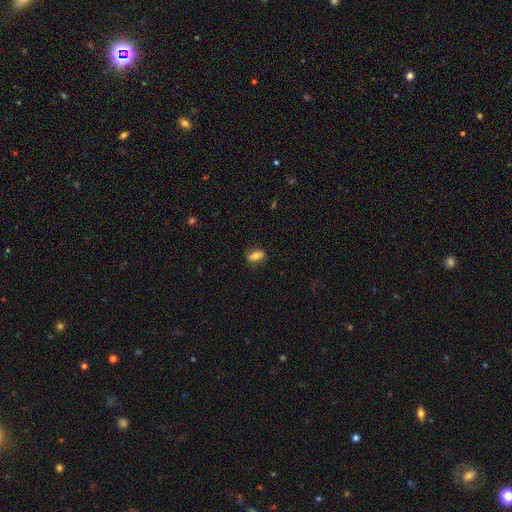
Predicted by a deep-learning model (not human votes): Q: Smooth or featured?
A: smooth (72%); runner-up: featured or disk (19%)
Q: How rounded?
A: in between (80%); runner-up: cigar-shaped (12%)
Q: Merging?
A: none (81%); runner-up: minor disturbance (14%)